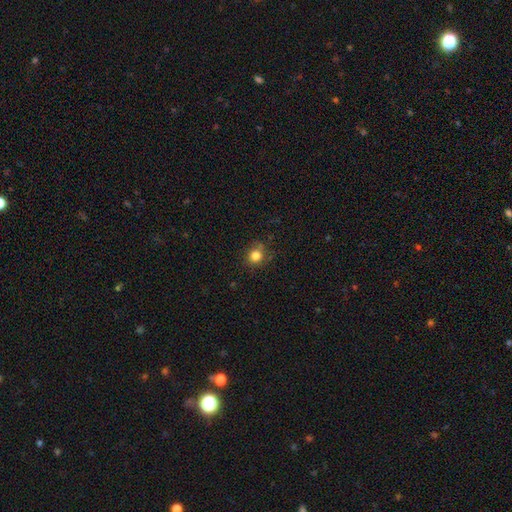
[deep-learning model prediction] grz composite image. It shows a smooth galaxy with no disk features (82%) that is round (88%). Merging: none (80%).